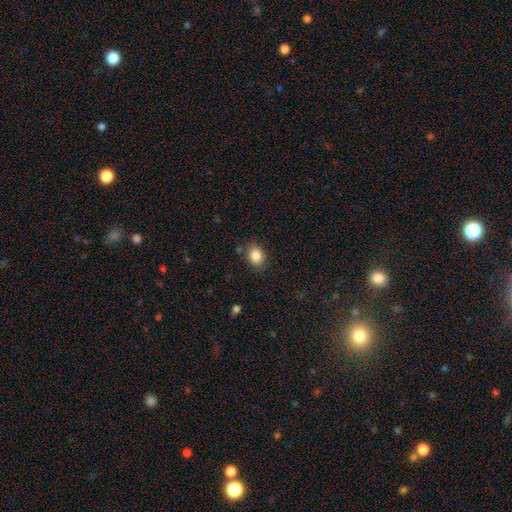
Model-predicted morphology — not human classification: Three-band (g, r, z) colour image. It shows a smooth galaxy with no disk features (86%) that is in between round and cigar-shaped (60%). Merging: none (83%).